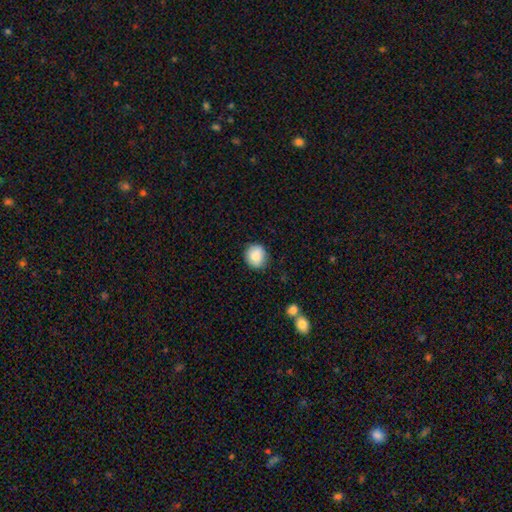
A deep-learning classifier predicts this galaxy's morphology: smooth-or-featured: smooth: 87% | star or artifact: 7% | featured or disk: 5%
  how-rounded: round: 81% | in between: 18% | cigar-shaped: 1%
  merging: none: 85% | minor disturbance: 12% | major disturbance: 2% | merger: 1%